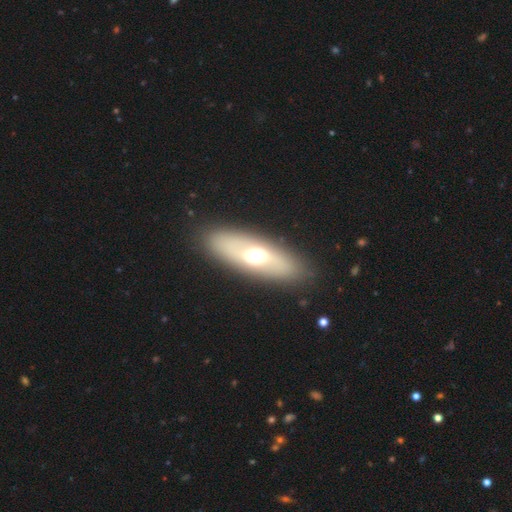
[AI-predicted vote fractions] Smooth or featured: smooth — 50% (featured or disk — 42%)
Merging: none — 88% (minor disturbance — 8%)